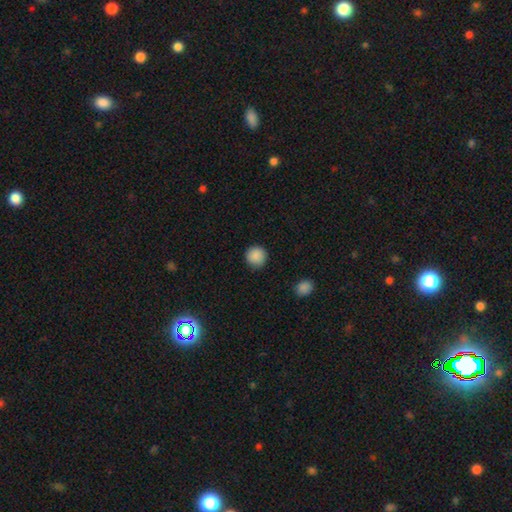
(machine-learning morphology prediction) A smooth galaxy with no disk features (89%) that is round (94%).

Vote fractions:
- Smooth or featured? smooth: 89% / star or artifact: 9% / featured or disk: 3%
- How rounded? round: 94% / in between: 5% / cigar-shaped: 1%
- Merging? none: 89% / minor disturbance: 8% / major disturbance: 2% / merger: 1%